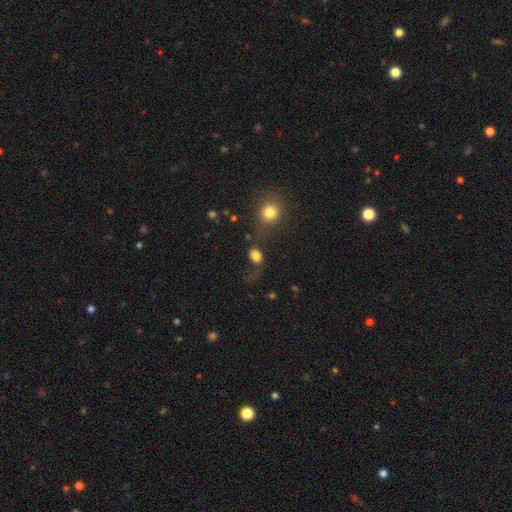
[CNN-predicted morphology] Smooth or featured? Predicted: smooth (p=0.77). How rounded? Predicted: in between (p=0.57). Merging? Predicted: none (p=0.41).